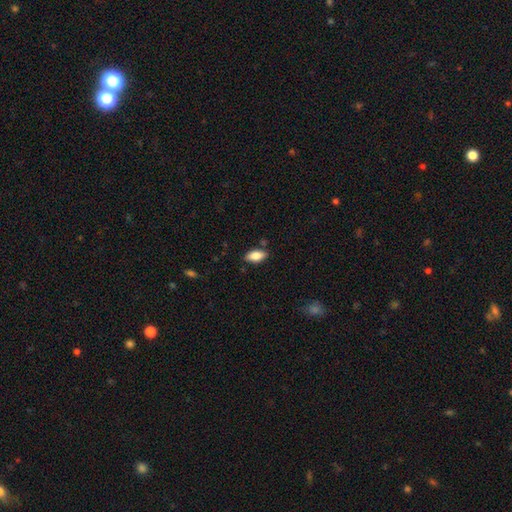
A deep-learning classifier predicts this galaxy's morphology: A smooth galaxy with no disk features (84%) that is in between round and cigar-shaped (90%). Merging: none (83%).